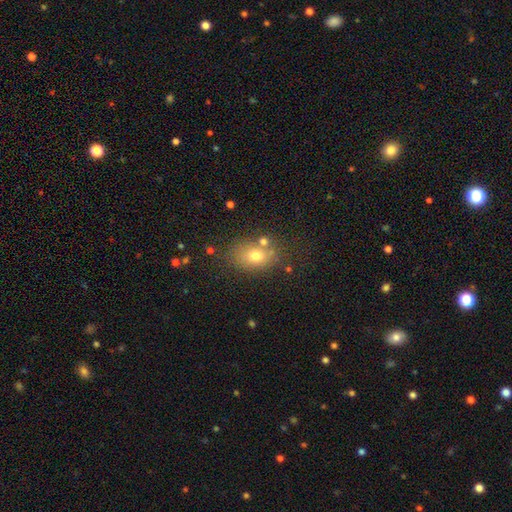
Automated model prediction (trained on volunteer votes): Overall: smooth (71%). How rounded: in between (71%). Merging: none (69%).